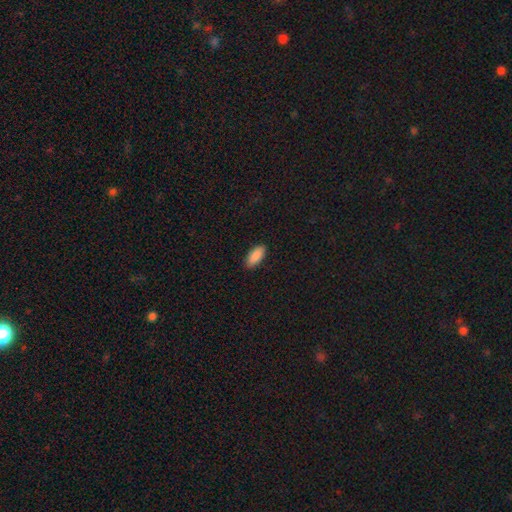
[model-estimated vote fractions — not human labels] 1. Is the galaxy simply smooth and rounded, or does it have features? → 90% smooth, 6% star or artifact, 4% featured or disk.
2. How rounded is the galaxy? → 84% in between, 14% cigar-shaped, 2% round.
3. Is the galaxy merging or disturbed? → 90% none, 8% minor disturbance, 2% major disturbance, 1% merger.